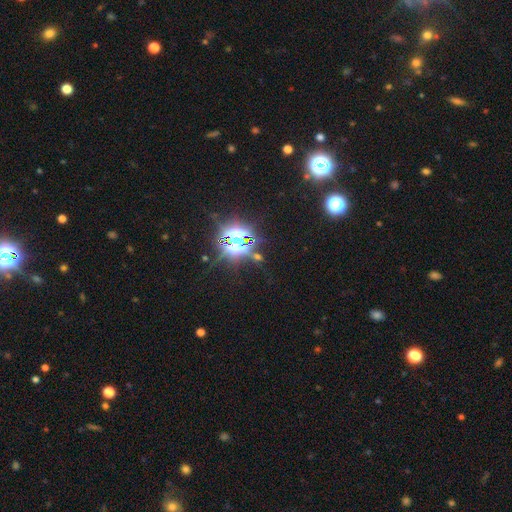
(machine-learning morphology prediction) smooth_or_featured: star or artifact (p=0.81) [alt: smooth p=0.11]